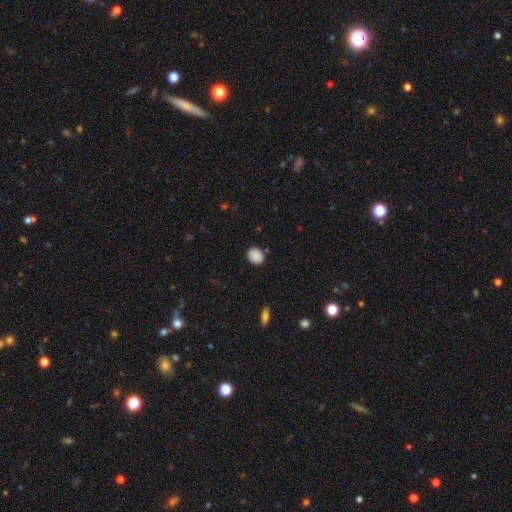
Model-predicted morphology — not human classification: Smooth or featured?
  - smooth: 88% *
  - star or artifact: 8%
  - featured or disk: 4%
How rounded?
  - round: 56% *
  - in between: 43%
  - cigar-shaped: 1%
Merging?
  - none: 85% *
  - minor disturbance: 11%
  - major disturbance: 2%
  - merger: 2%